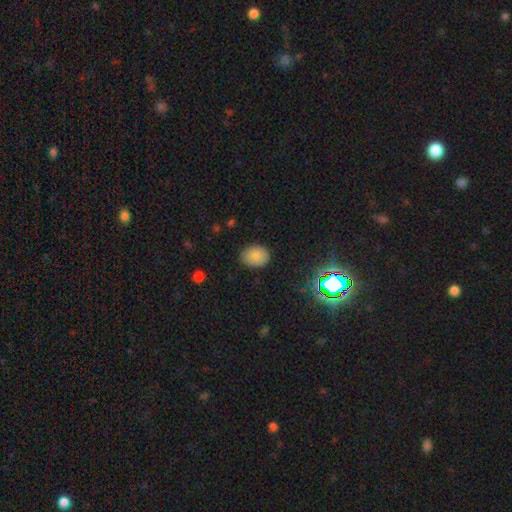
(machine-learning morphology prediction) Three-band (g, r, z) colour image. It shows a smooth galaxy with no disk features (82%) that is in between round and cigar-shaped (65%). Merging: none (83%).